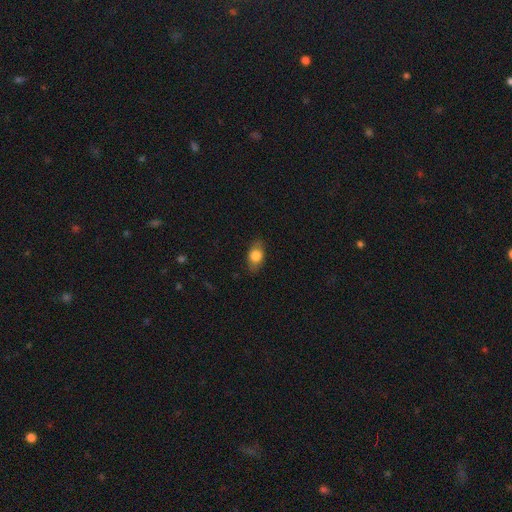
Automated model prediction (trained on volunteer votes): Q: Smooth or featured?
A: smooth (75%); runner-up: featured or disk (18%)
Q: How rounded?
A: in between (82%); runner-up: round (13%)
Q: Merging?
A: none (81%); runner-up: minor disturbance (15%)